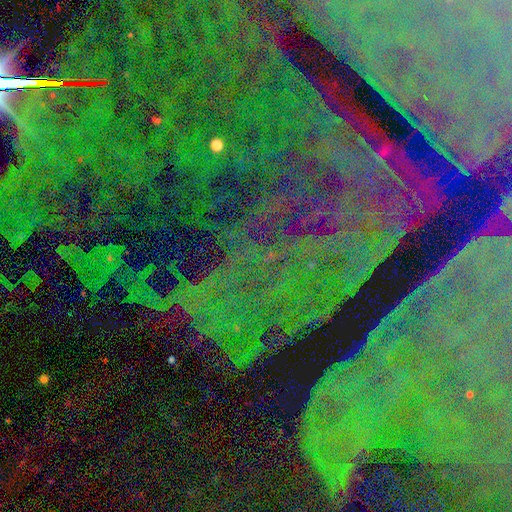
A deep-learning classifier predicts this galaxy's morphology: A star or artifact, not a galaxy (86%).